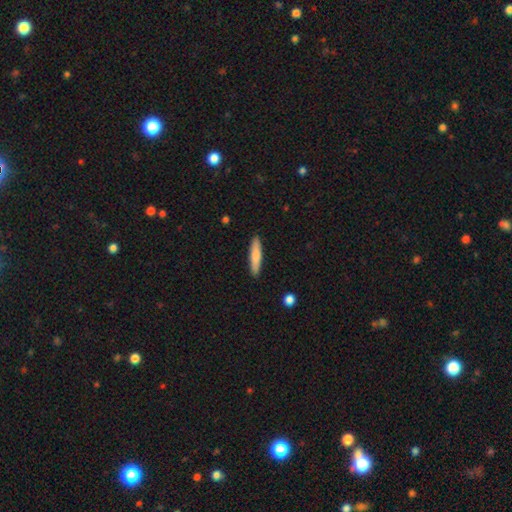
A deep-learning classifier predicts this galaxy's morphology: Overall: smooth (73%). How rounded: cigar-shaped (84%). Merging: none (89%).